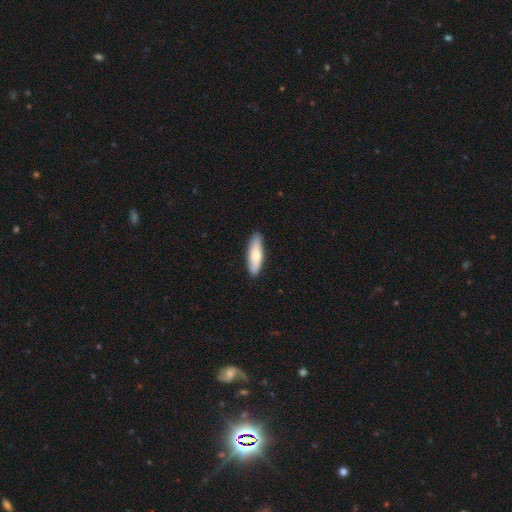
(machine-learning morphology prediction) type=smooth (73%); roundness=cigar-shaped (54%); merging=none (88%).